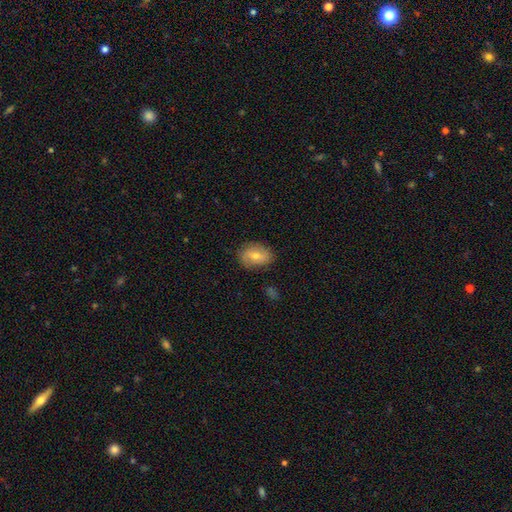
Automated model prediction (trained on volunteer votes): smooth 47%, featured or disk 44%, star or artifact 9%. Down the decision tree: merging — none (82%).